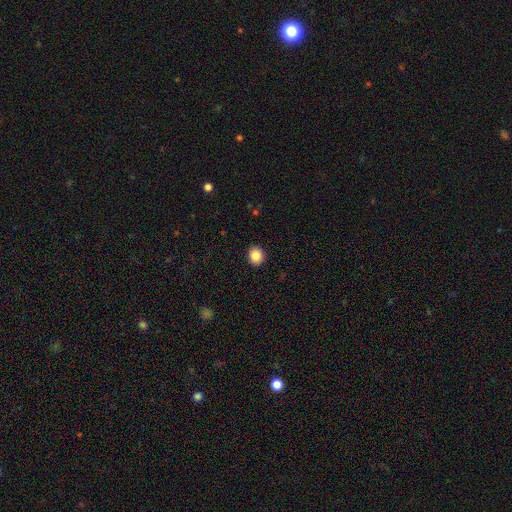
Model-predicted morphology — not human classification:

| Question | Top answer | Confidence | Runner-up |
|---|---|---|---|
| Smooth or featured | smooth | 85% | star or artifact (10%) |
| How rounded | round | 79% | in between (20%) |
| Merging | none | 92% | minor disturbance (5%) |